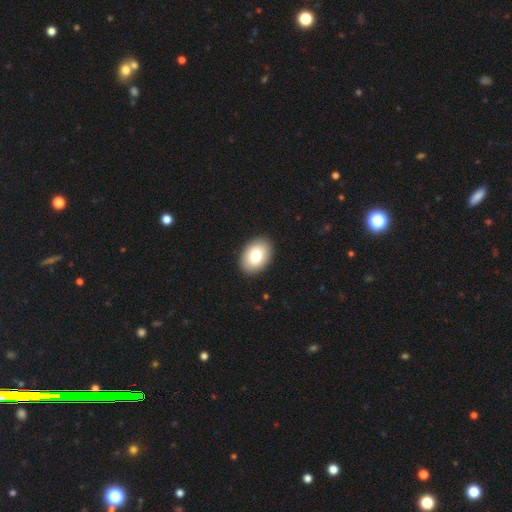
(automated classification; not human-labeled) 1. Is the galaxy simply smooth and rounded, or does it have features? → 79% smooth, 14% featured or disk, 7% star or artifact.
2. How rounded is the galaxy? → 83% in between, 16% round, 1% cigar-shaped.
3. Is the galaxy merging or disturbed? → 91% none, 7% minor disturbance, 2% major disturbance, 1% merger.